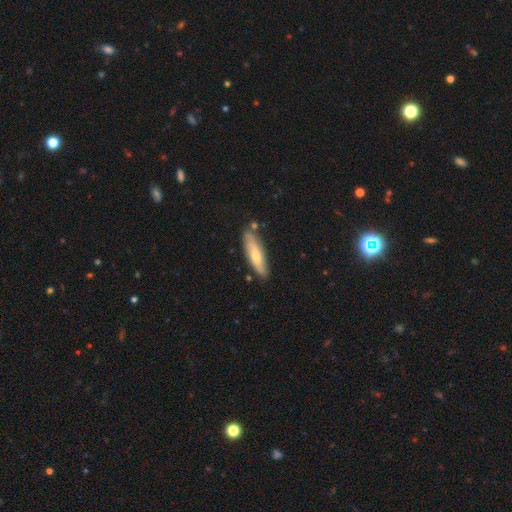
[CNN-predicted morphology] Smooth or featured? smooth (57%)
How rounded? cigar-shaped (65%)
Merging? none (78%)